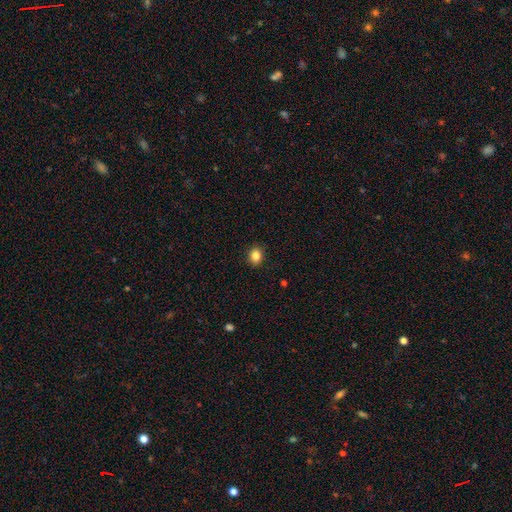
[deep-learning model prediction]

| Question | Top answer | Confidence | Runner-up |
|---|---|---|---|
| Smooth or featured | smooth | 85% | star or artifact (10%) |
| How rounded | round | 61% | in between (39%) |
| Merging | none | 90% | minor disturbance (7%) |